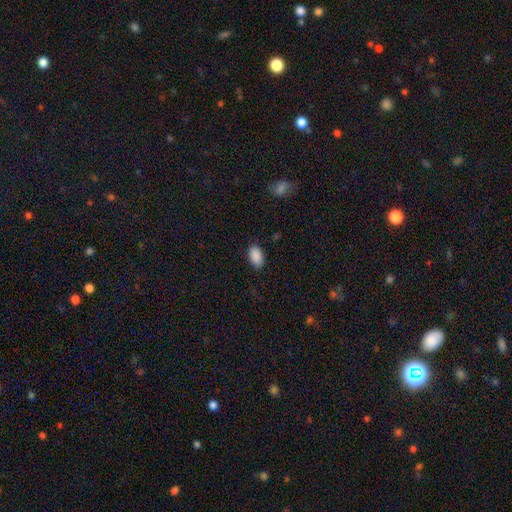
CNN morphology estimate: Overall: smooth (90%). How rounded: in between (94%). Merging: none (86%).